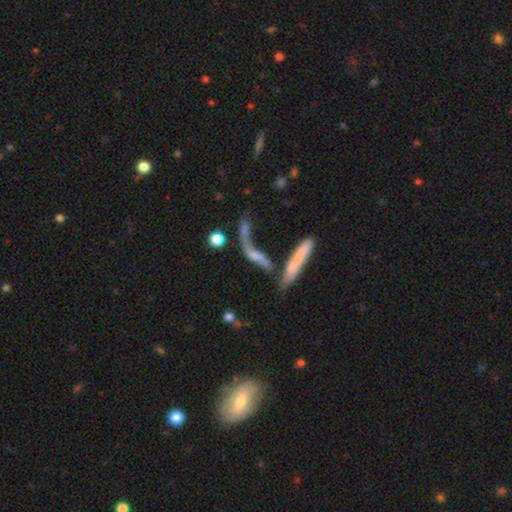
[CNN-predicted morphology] This is possibly a featured or disk galaxy (52%). It is likely not viewed edge-on (66%). Merging: marginally merger (38%).